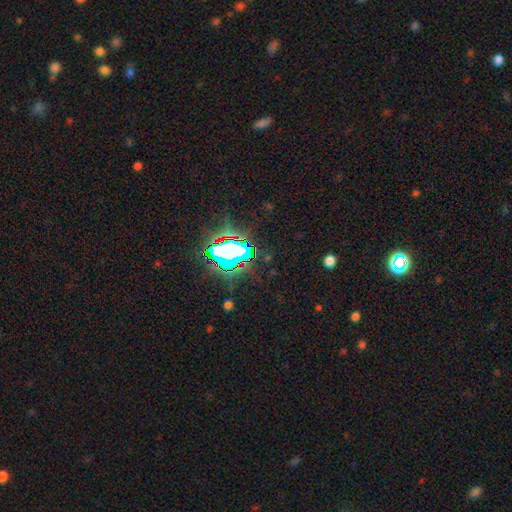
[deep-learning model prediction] A star or artifact, not a galaxy (82%).